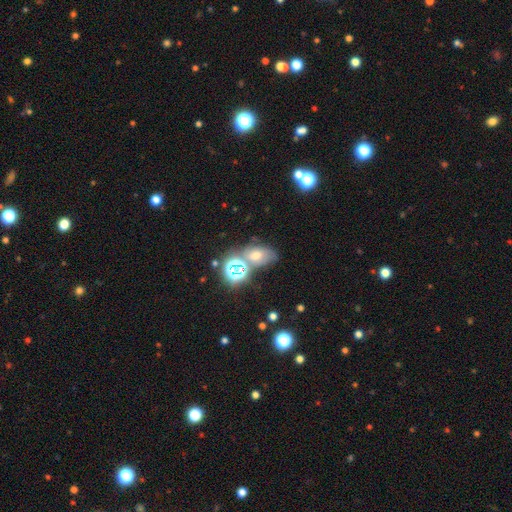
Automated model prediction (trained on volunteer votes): A smooth galaxy with no disk features (45%).

Vote fractions:
- Smooth or featured? smooth: 45% / star or artifact: 36% / featured or disk: 19%
- Merging? none: 52% / merger: 25% / minor disturbance: 16% / major disturbance: 8%